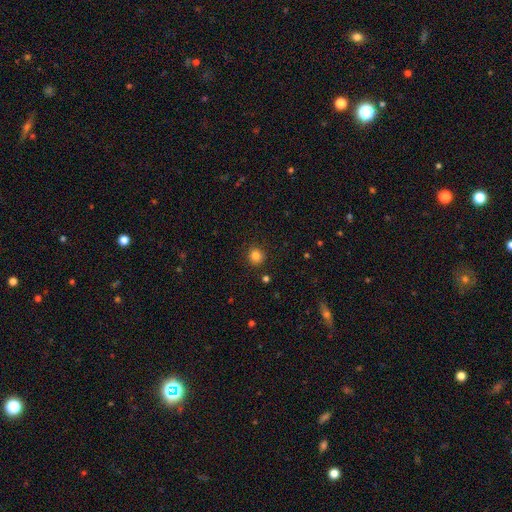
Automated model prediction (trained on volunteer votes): smooth-or-featured: smooth: 83% | star or artifact: 12% | featured or disk: 5%
  how-rounded: round: 91% | in between: 8% | cigar-shaped: 1%
  merging: none: 90% | minor disturbance: 6% | major disturbance: 2% | merger: 2%